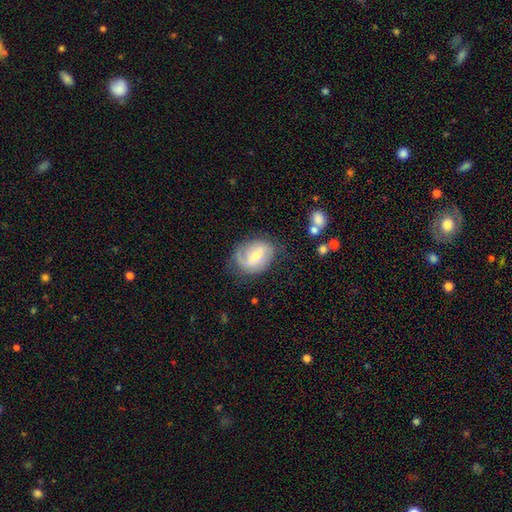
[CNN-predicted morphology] A featured or disk galaxy (69%) with a weak bar (47%), 2 (57%) medium (42%) spiral arms (87%) and a moderate central bulge (48%). Merging: none (61%).